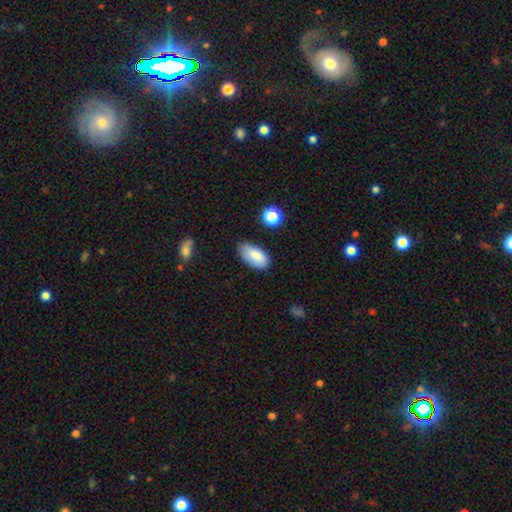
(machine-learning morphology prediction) The model was most divided on "merging": none: 72%, minor disturbance: 22%, major disturbance: 4%, merger: 2%. More confident: how rounded — in between (93%); smooth or featured — smooth (84%).